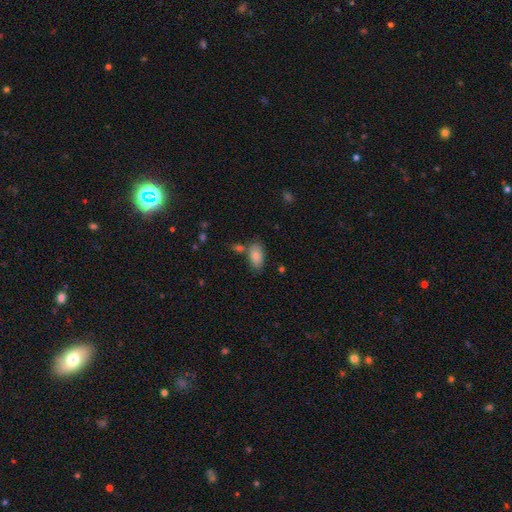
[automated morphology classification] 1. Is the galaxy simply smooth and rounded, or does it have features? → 86% smooth, 7% featured or disk, 7% star or artifact.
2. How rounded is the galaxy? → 93% in between, 4% round, 3% cigar-shaped.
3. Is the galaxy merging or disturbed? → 68% none, 15% minor disturbance, 13% merger, 4% major disturbance.